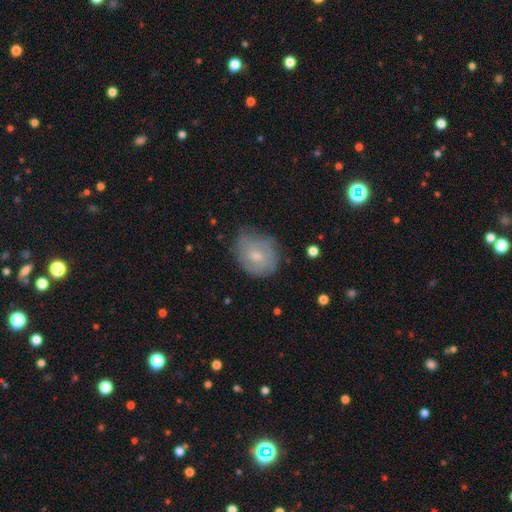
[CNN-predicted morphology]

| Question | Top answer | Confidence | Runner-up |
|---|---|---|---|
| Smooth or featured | featured or disk | 49% | smooth (42%) |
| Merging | none | 65% | minor disturbance (25%) |